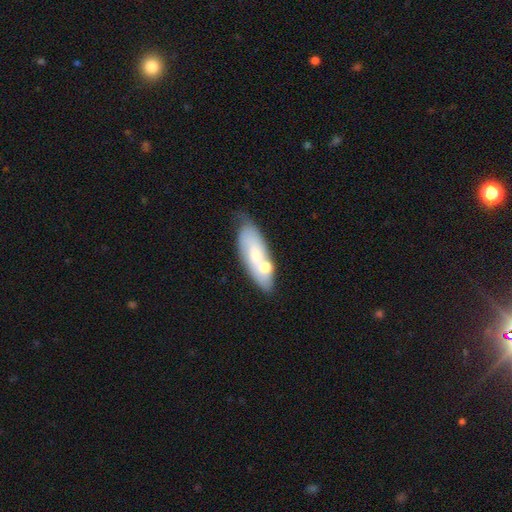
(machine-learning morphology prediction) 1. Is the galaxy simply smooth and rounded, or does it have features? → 55% smooth, 38% featured or disk, 7% star or artifact.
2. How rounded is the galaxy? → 71% in between, 26% cigar-shaped, 3% round.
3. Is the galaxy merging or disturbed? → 46% none, 25% merger, 22% minor disturbance, 8% major disturbance.